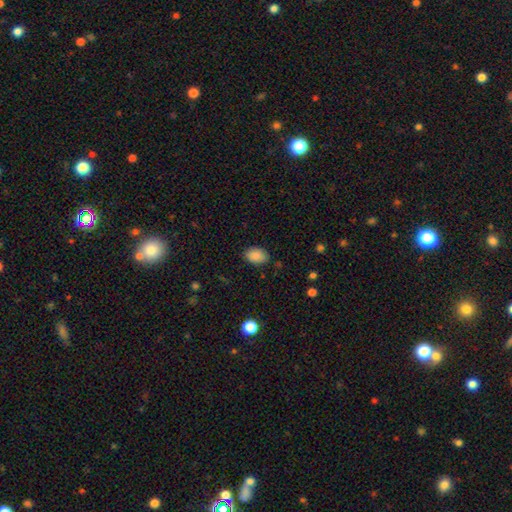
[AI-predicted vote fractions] Morphology: type=smooth (88%); roundness=in between (84%); merging=none (84%).